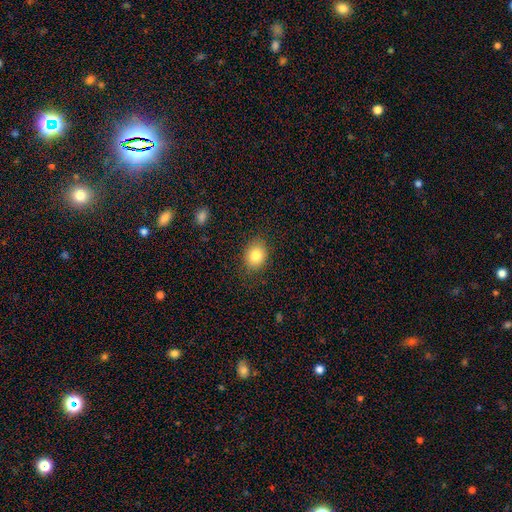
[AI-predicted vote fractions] Smooth or featured? smooth (82%)
How rounded? in between (50%)
Merging? none (84%)